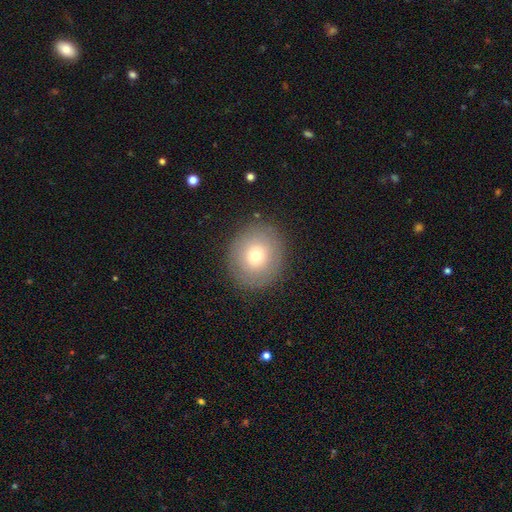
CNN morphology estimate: This is likely a smooth galaxy (69%). How rounded: likely round (78%). Merging: clearly none (86%).